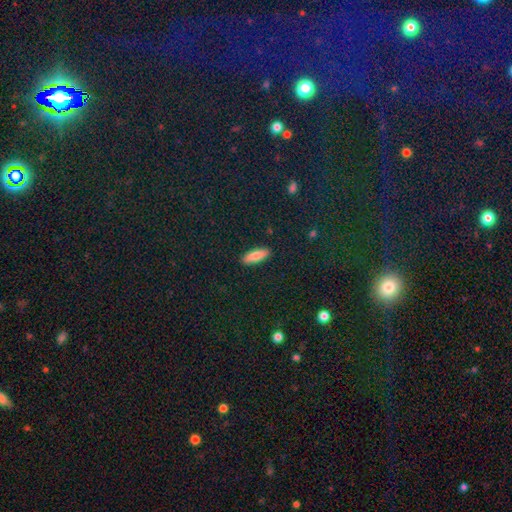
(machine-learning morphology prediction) The model was most divided on "how rounded": in between: 57%, cigar-shaped: 40%, round: 3%. More confident: merging — none (90%); smooth or featured — smooth (83%).